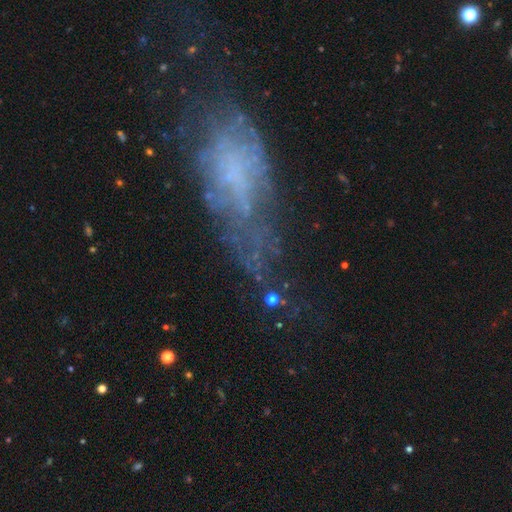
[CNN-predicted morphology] Smooth or featured? featured or disk (49%)
Merging? none (37%)